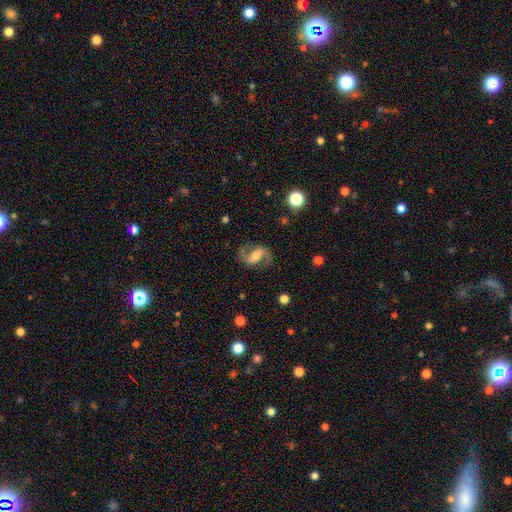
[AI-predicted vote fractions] smooth-or-featured: featured or disk: 86% | smooth: 8% | star or artifact: 6%
  disk-edge-on: no: 98% | yes: 2%
    bar: weak: 46% | strong: 28% | no: 26%
    has-spiral-arms: yes: 97% | no: 3%
      spiral-winding: loose: 48% | medium: 44% | tight: 8%
      spiral-arm-count: 2: 94% | can't tell: 2% | 1: 2% | 3: 1% | 4: 1% | more than 4: 1%
    bulge-size: moderate: 43% | small: 25% | large: 19% | none: 11% | dominant: 2%
  merging: none: 80% | minor disturbance: 12% | major disturbance: 6% | merger: 1%